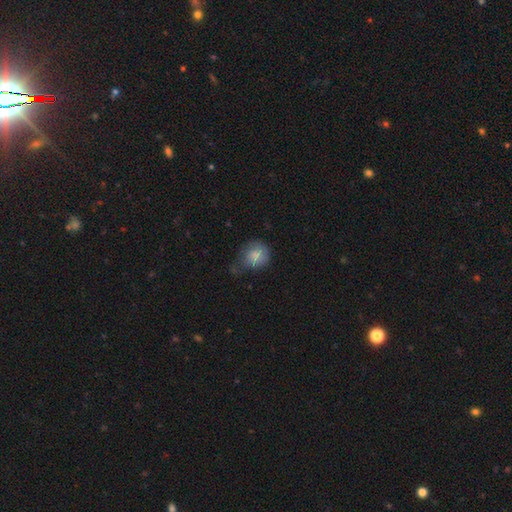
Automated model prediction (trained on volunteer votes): smooth 79%, featured or disk 12%, star or artifact 8%. Down the decision tree: how rounded — round (69%); merging — none (42%).